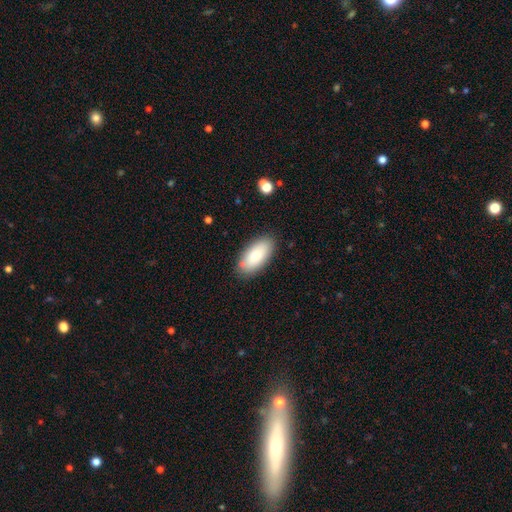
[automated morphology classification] The model was most divided on "smooth or featured": smooth: 81%, featured or disk: 13%, star or artifact: 6%. More confident: how rounded — in between (91%); merging — none (83%).